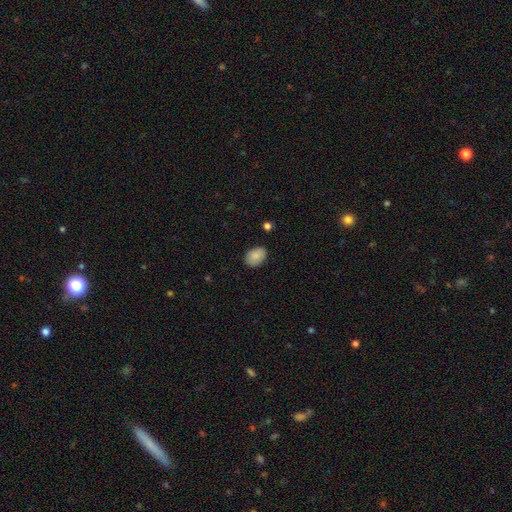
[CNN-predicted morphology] Smooth or featured? Predicted: smooth (p=0.87). How rounded? Predicted: in between (p=0.76). Merging? Predicted: none (p=0.83).